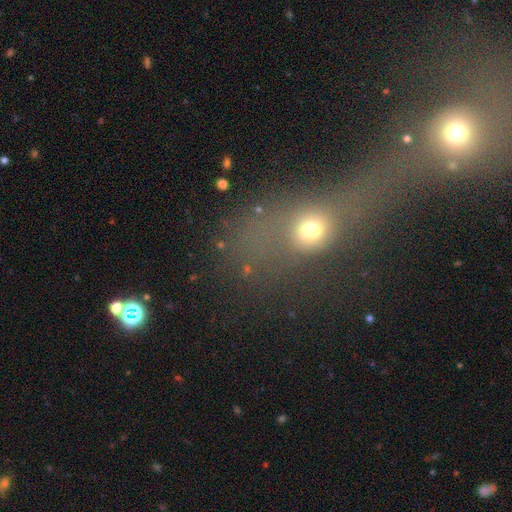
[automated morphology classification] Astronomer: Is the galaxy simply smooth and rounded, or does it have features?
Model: smooth — 47% (runner-up: star or artifact, 32%).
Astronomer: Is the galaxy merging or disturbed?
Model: merger — 70%.